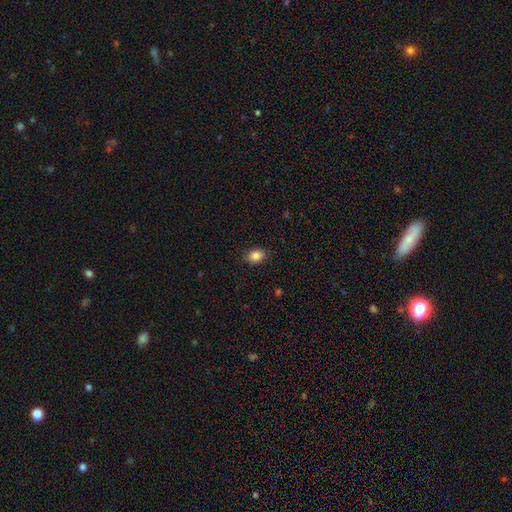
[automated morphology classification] Smooth or featured?
  - smooth: 86% *
  - star or artifact: 9%
  - featured or disk: 5%
How rounded?
  - in between: 72% *
  - round: 27%
  - cigar-shaped: 1%
Merging?
  - none: 87% *
  - minor disturbance: 10%
  - major disturbance: 2%
  - merger: 1%